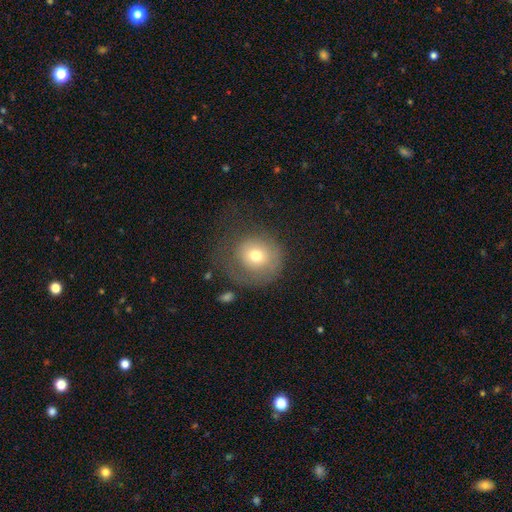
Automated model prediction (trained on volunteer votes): A smooth galaxy with no disk features (64%) that is round (87%). Merging: none (44%).